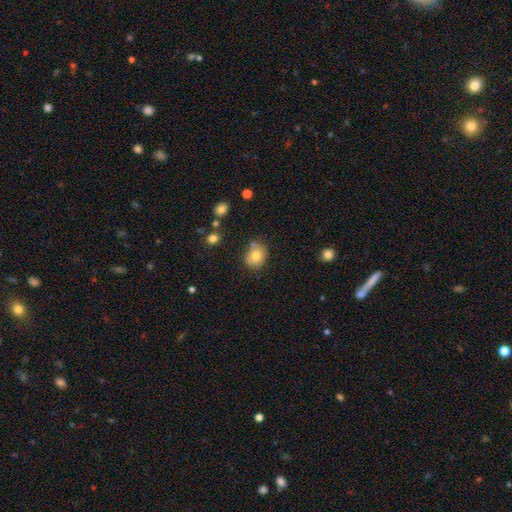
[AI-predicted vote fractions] smooth_or_featured: smooth (p=0.76) [alt: featured or disk p=0.13]
how_rounded: round (p=0.62) [alt: in between p=0.37]
merging: none (p=0.69) [alt: minor disturbance p=0.18]